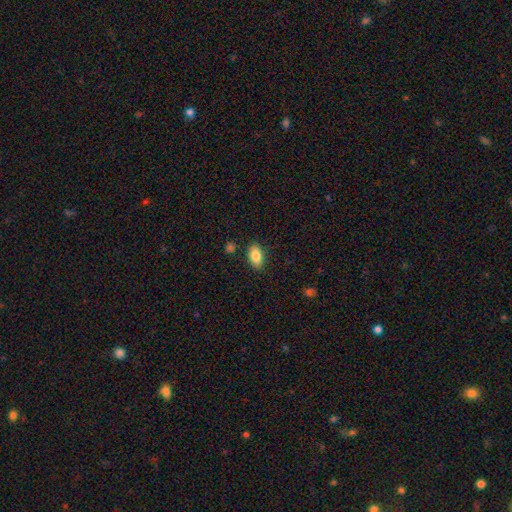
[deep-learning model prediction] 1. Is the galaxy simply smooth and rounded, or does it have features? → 84% smooth, 8% featured or disk, 7% star or artifact.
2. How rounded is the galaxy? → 92% in between, 5% round, 4% cigar-shaped.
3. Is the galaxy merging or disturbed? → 85% none, 10% minor disturbance, 3% merger, 2% major disturbance.